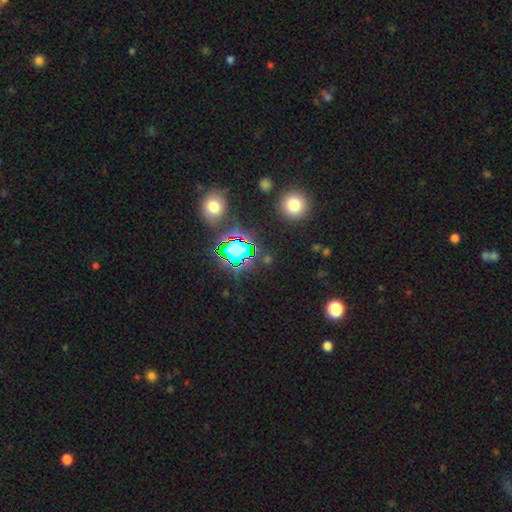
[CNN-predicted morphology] Q: Smooth or featured?
A: star or artifact (73%); runner-up: smooth (19%)